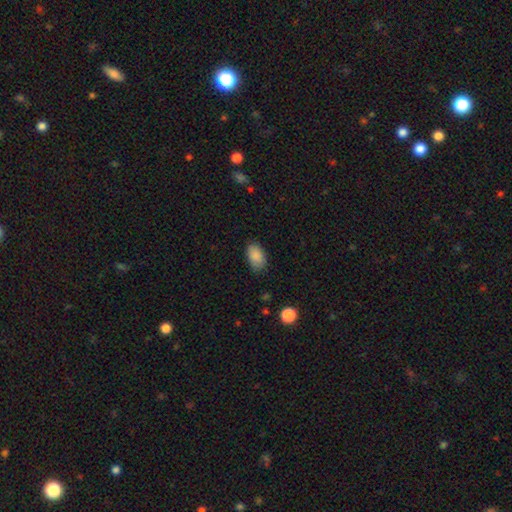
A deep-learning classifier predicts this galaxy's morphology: smooth-or-featured: smooth: 88% | star or artifact: 7% | featured or disk: 4%
  how-rounded: in between: 91% | round: 7% | cigar-shaped: 1%
  merging: none: 82% | minor disturbance: 14% | major disturbance: 3% | merger: 1%